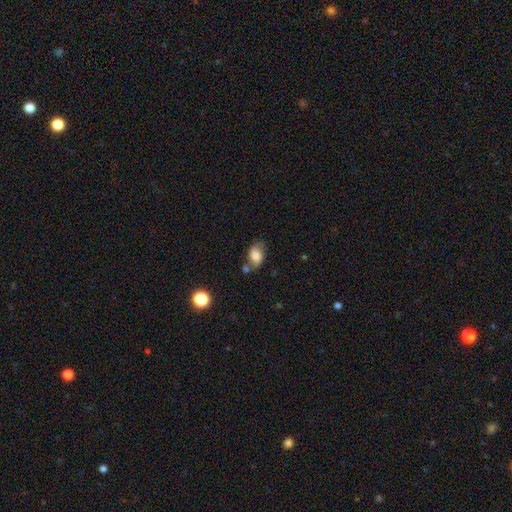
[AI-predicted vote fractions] Smooth or featured?
  - smooth: 76% *
  - featured or disk: 15%
  - star or artifact: 9%
How rounded?
  - in between: 83% *
  - round: 15%
  - cigar-shaped: 2%
Merging?
  - none: 54% *
  - minor disturbance: 26%
  - merger: 13%
  - major disturbance: 8%